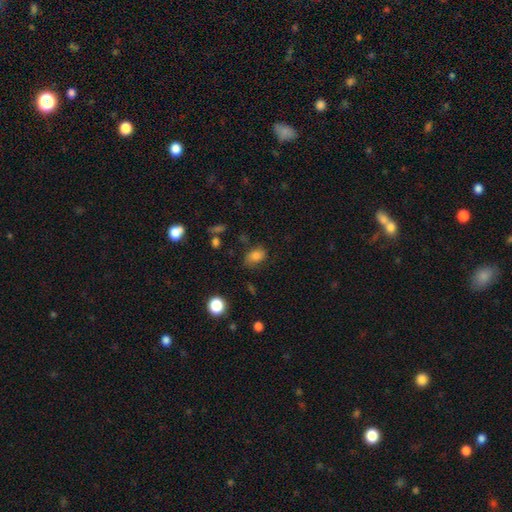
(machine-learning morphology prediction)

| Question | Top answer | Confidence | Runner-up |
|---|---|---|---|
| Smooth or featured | smooth | 80% | star or artifact (12%) |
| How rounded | in between | 76% | round (22%) |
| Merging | none | 65% | minor disturbance (25%) |